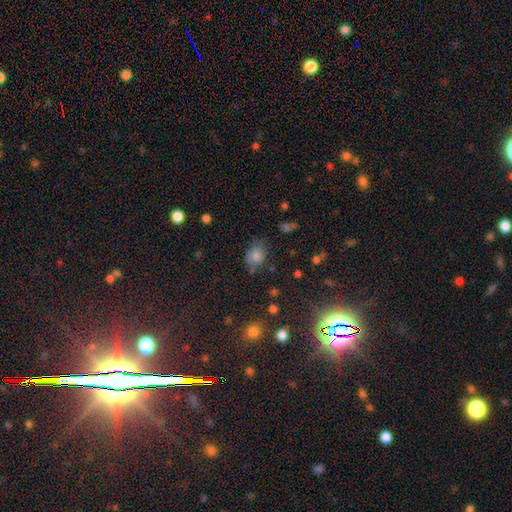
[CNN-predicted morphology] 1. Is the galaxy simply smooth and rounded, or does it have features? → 76% smooth, 13% star or artifact, 11% featured or disk.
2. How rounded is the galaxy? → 56% in between, 43% round, 1% cigar-shaped.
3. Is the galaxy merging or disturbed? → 59% none, 27% minor disturbance, 9% major disturbance, 4% merger.